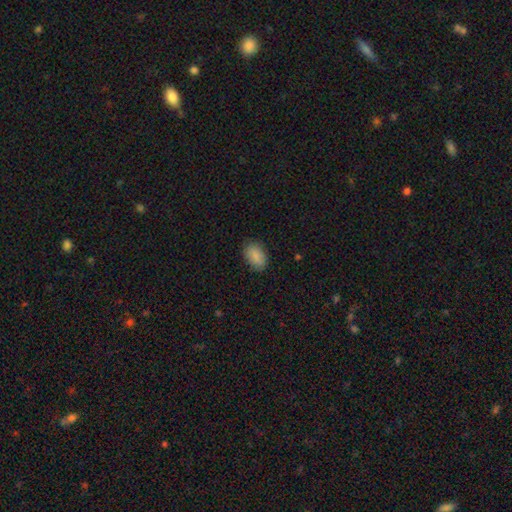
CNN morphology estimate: A smooth galaxy with no disk features (89%) that is in between round and cigar-shaped (89%).

Vote fractions:
- Smooth or featured? smooth: 89% / star or artifact: 7% / featured or disk: 4%
- How rounded? in between: 89% / round: 9% / cigar-shaped: 1%
- Merging? none: 85% / minor disturbance: 12% / major disturbance: 3% / merger: 1%